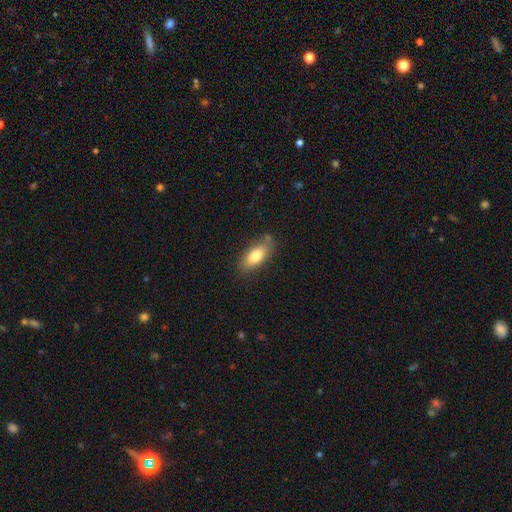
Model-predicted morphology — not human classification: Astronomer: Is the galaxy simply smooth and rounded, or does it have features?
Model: smooth — 77%.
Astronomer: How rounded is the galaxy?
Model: in between — 81%.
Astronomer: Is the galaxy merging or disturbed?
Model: none — 75%.